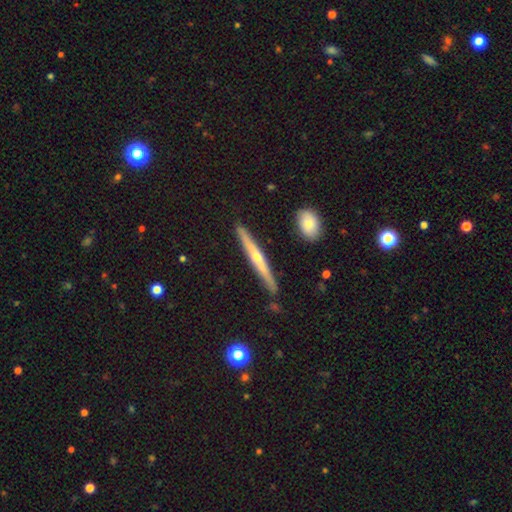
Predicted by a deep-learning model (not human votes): Overall: featured or disk (66%; smooth 27%). Edge-on disk: yes (97%). Edge-on bulge: rounded (76%). Merging: none (88%).